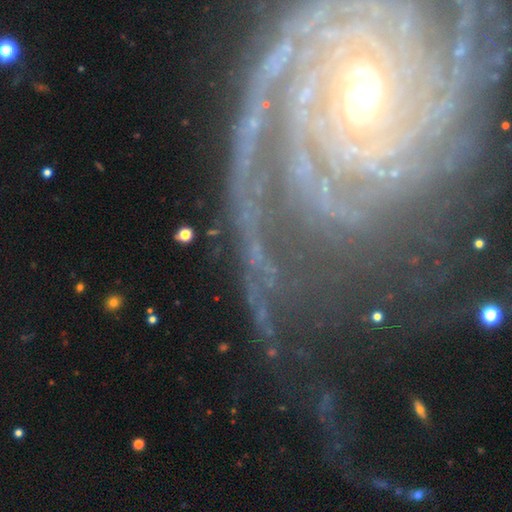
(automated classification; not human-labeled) Smooth or featured? Predicted: featured or disk (p=0.78). Edge-on disk? Predicted: no (p=0.93). Bar? Predicted: no (p=0.57). Spiral arms? Predicted: yes (p=0.92). Spiral winding? Predicted: tight (p=0.66). Spiral arm count? Predicted: can't tell (p=0.24). Bulge size? Predicted: small (p=0.56). Merging? Predicted: none (p=0.64).